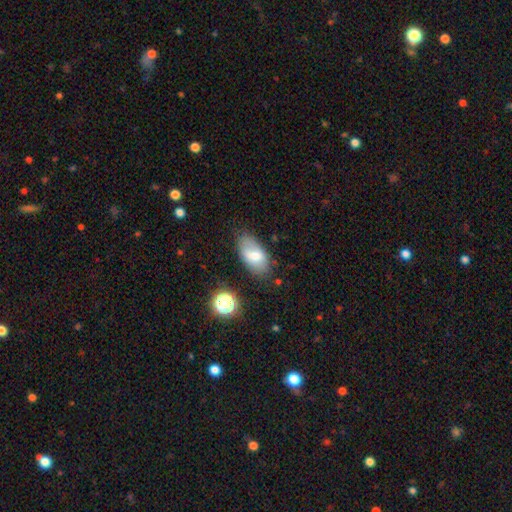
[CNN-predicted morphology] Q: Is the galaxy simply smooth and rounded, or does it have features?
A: smooth — 68%.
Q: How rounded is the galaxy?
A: in between — 93%.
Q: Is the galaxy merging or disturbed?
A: none — 69%.